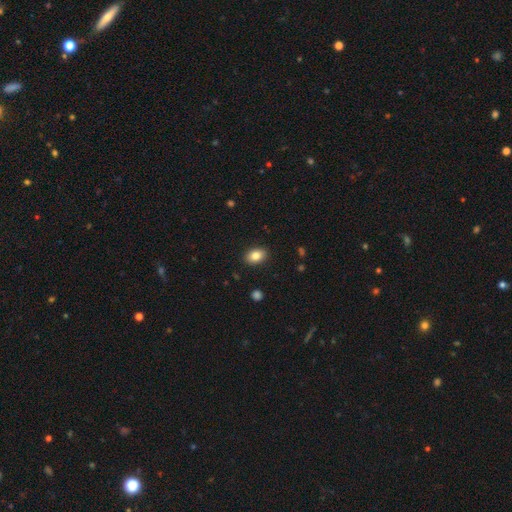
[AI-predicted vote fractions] This appears to be a smooth galaxy with no disk features (84%) that is in between round and cigar-shaped (84%). Merging: none (89%).